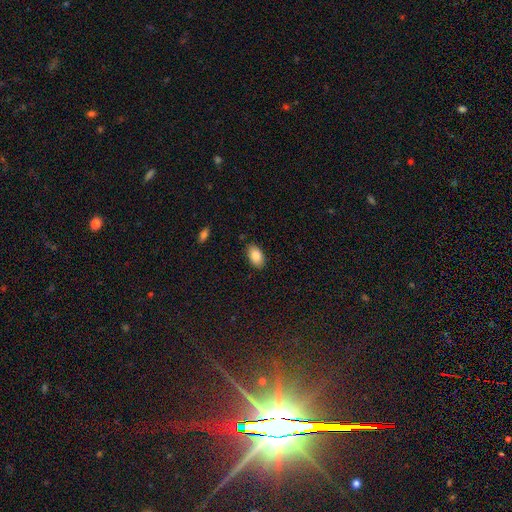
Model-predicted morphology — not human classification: type=smooth (84%); roundness=in between (92%); merging=none (86%).